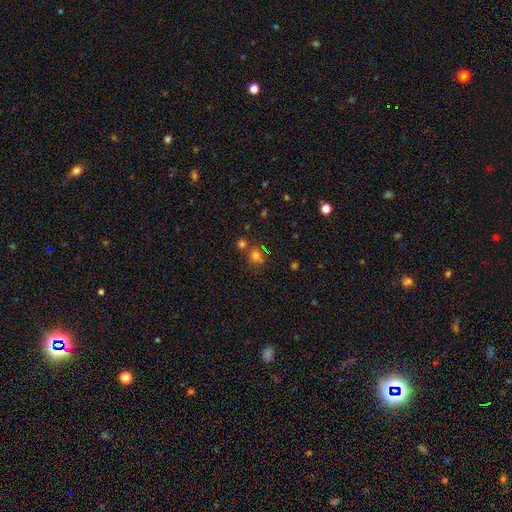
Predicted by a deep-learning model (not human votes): The model was most divided on "smooth or featured": smooth: 69%, star or artifact: 24%, featured or disk: 7%. More confident: how rounded — round (84%); merging — none (67%).